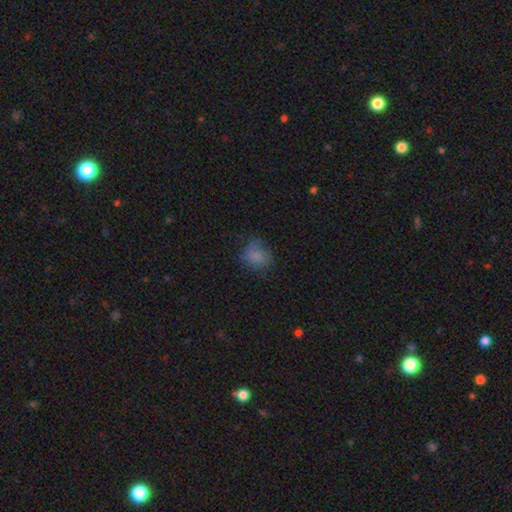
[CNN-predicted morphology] smooth 76%, star or artifact 12%, featured or disk 12%. Down the decision tree: how rounded — round (67%); merging — none (61%).